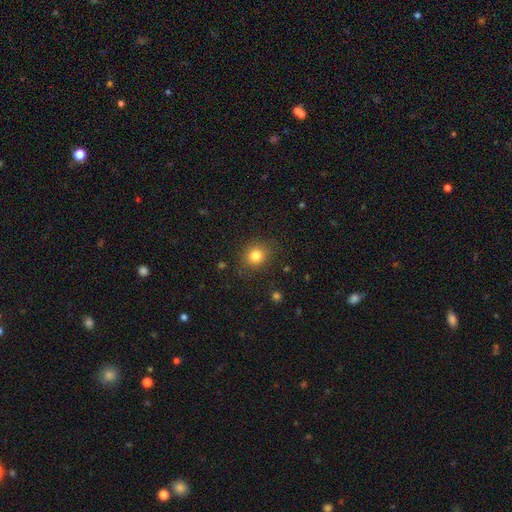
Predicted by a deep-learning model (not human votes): Smooth or featured? smooth (81%)
How rounded? round (75%)
Merging? none (85%)